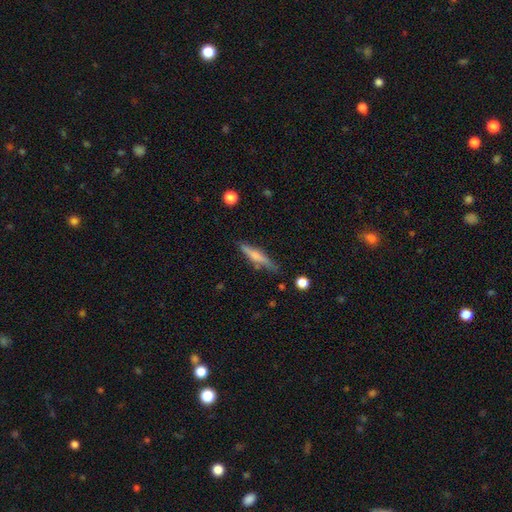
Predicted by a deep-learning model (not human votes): Smooth or featured? Predicted: smooth (p=0.50). Merging? Predicted: none (p=0.79).